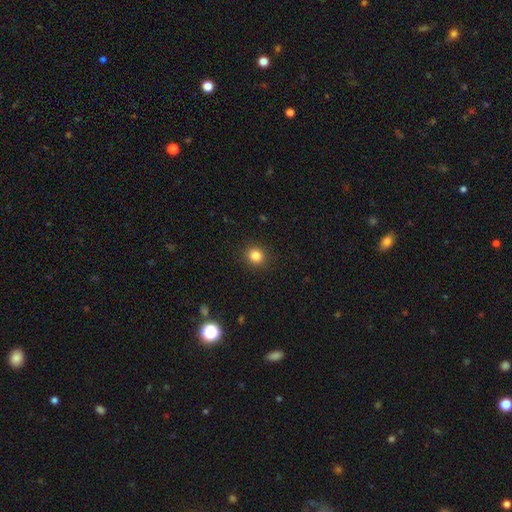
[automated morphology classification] A smooth galaxy with no disk features (83%) that is round (87%). Merging: none (92%).